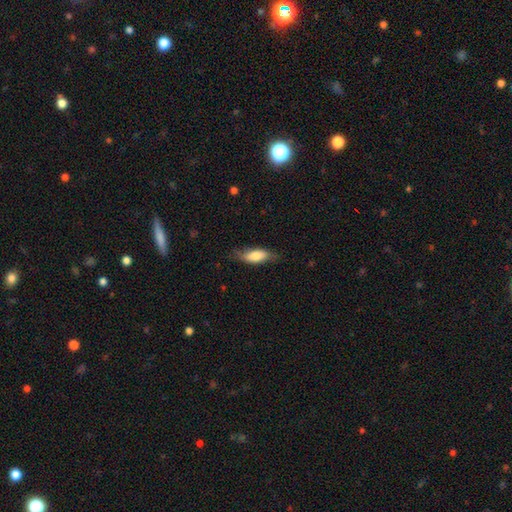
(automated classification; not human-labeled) smooth 74%, featured or disk 20%, star or artifact 6%. Down the decision tree: how rounded — in between (71%); merging — none (70%).